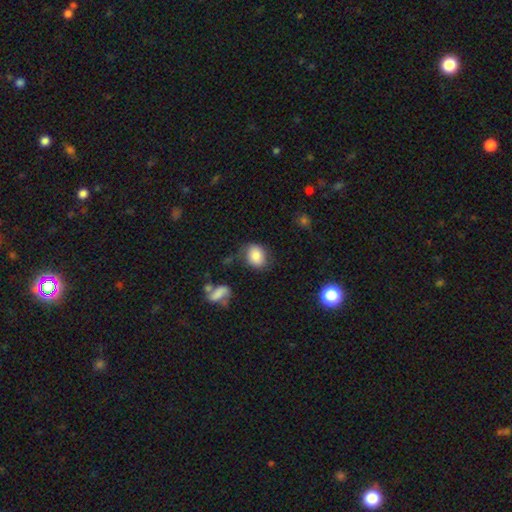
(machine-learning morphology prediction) type=smooth (81%); roundness=in between (51%); merging=none (63%).